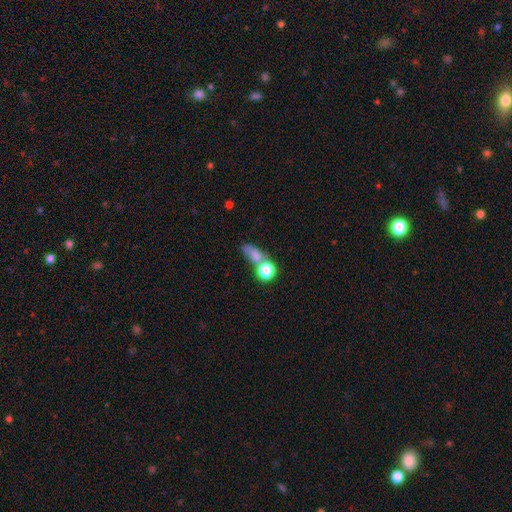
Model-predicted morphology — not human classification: Smooth or featured: smooth — 70% (star or artifact — 15%)
How rounded: in between — 51% (round — 38%)
Merging: merger — 42% (none — 33%)